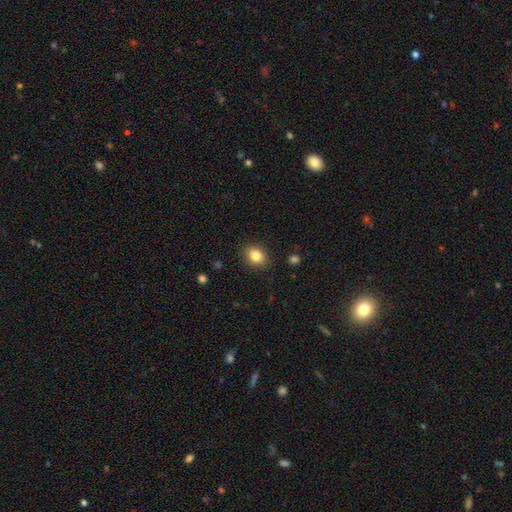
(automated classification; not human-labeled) Overall: smooth (84%). How rounded: round (51%; in between 48%). Merging: none (88%).